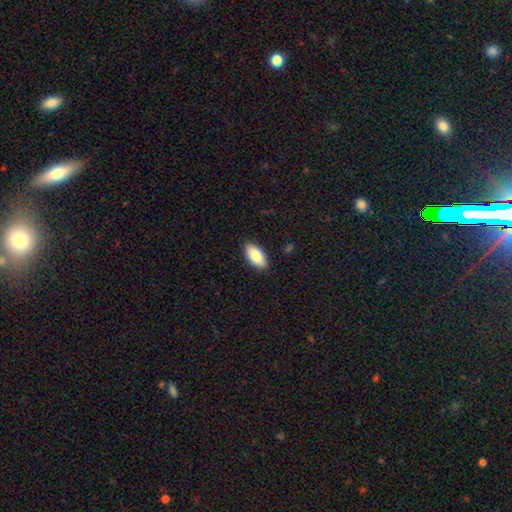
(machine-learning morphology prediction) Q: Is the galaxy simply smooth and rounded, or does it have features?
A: smooth — 84%.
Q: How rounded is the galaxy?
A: in between — 91%.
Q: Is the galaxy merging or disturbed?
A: none — 89%.